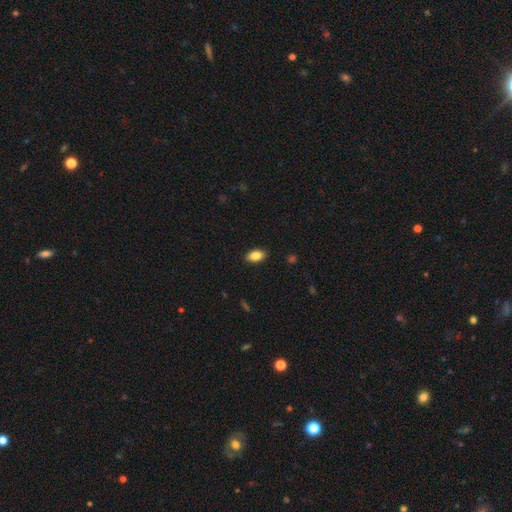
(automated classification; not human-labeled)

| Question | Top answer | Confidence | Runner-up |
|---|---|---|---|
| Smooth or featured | smooth | 85% | star or artifact (8%) |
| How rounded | in between | 92% | round (6%) |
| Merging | none | 89% | minor disturbance (8%) |